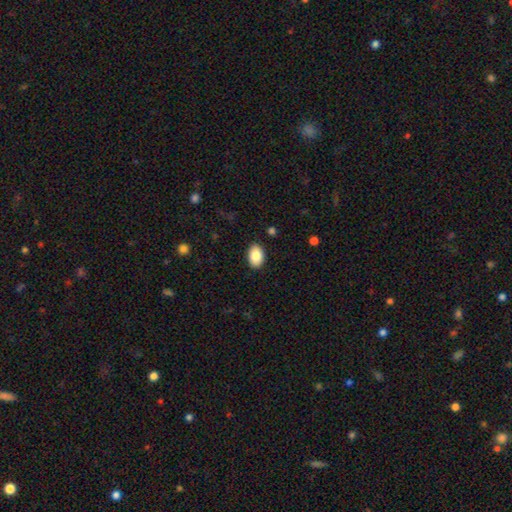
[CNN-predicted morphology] smooth_or_featured: smooth (p=0.86) [alt: star or artifact p=0.07]
how_rounded: in between (p=0.88) [alt: round p=0.11]
merging: none (p=0.89) [alt: minor disturbance p=0.08]